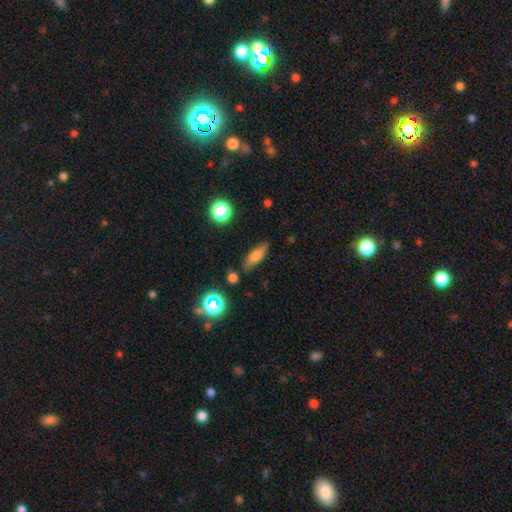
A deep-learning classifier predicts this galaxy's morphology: This is likely a smooth galaxy (65%). How rounded: possibly in between (50%). Merging: likely none (79%).